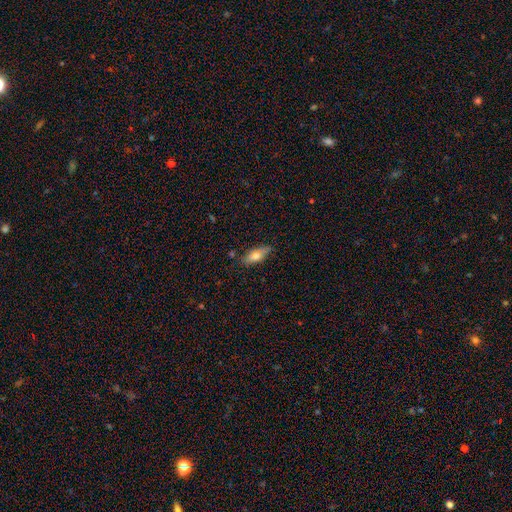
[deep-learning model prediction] Q: Smooth or featured?
A: smooth (69%); runner-up: featured or disk (24%)
Q: How rounded?
A: in between (66%); runner-up: cigar-shaped (31%)
Q: Merging?
A: none (79%); runner-up: minor disturbance (16%)